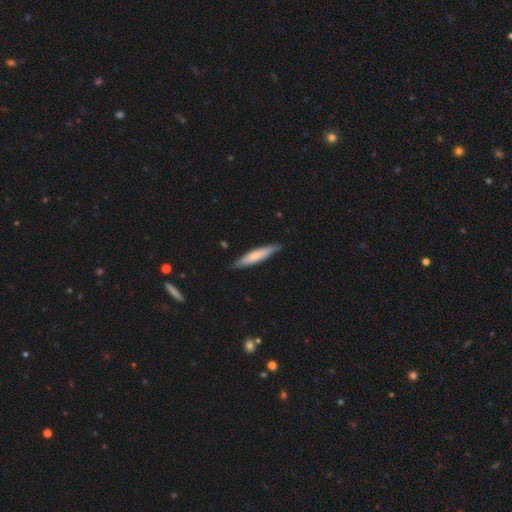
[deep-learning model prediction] Smooth or featured?
  - smooth: 67% *
  - featured or disk: 28%
  - star or artifact: 5%
How rounded?
  - cigar-shaped: 87% *
  - in between: 12%
  - round: 1%
Merging?
  - none: 85% *
  - minor disturbance: 12%
  - major disturbance: 2%
  - merger: 1%